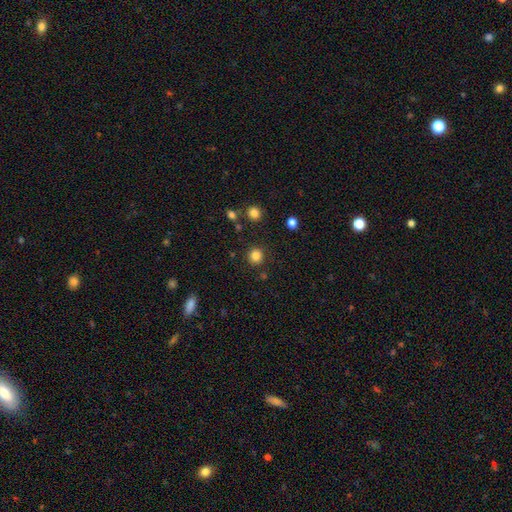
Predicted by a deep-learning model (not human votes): Overall: smooth (83%). How rounded: round (93%). Merging: none (89%).